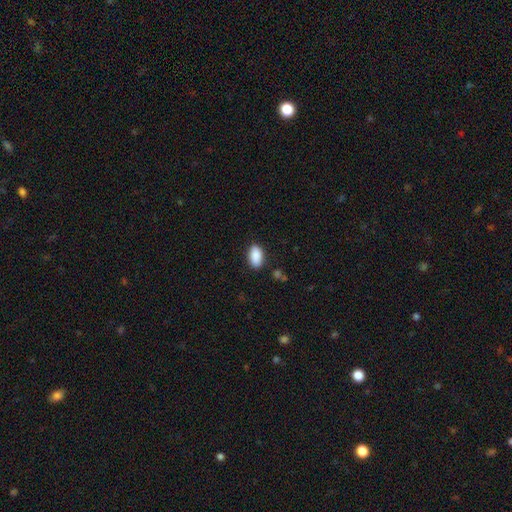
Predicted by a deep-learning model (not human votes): smooth 90%, star or artifact 7%, featured or disk 4%. Down the decision tree: how rounded — in between (93%); merging — none (87%).